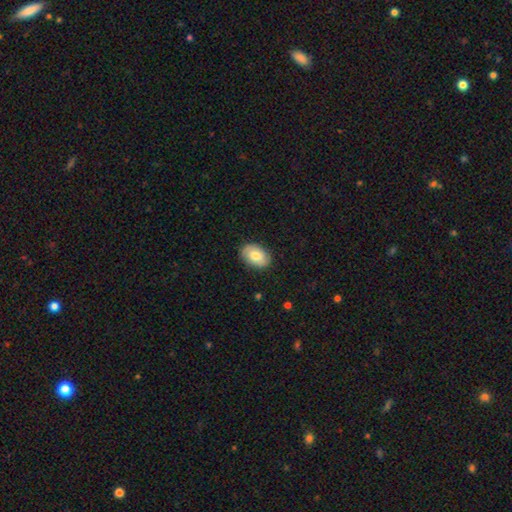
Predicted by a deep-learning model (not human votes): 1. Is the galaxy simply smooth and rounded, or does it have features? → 76% smooth, 18% featured or disk, 6% star or artifact.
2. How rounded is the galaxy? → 86% in between, 13% round, 1% cigar-shaped.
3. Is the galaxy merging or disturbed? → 86% none, 11% minor disturbance, 2% major disturbance, 1% merger.